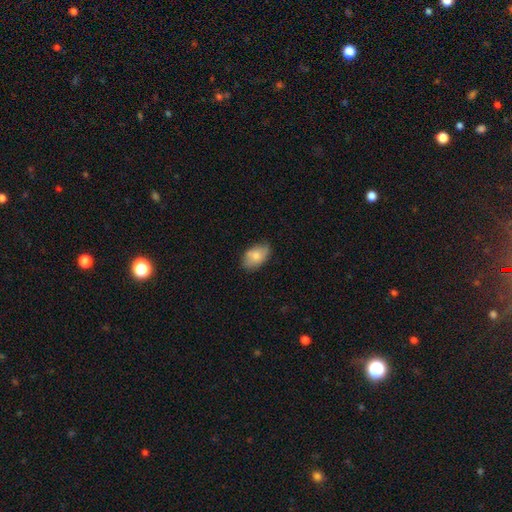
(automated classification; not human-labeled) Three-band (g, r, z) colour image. It shows a smooth galaxy with no disk features (76%) that is in between round and cigar-shaped (91%). Merging: none (71%).